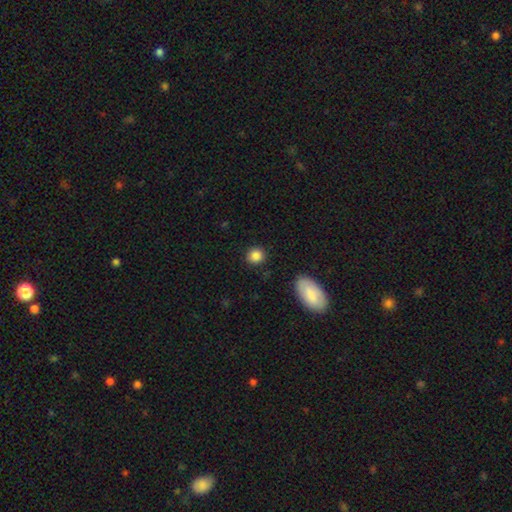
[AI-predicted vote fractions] The model was most divided on "how rounded": round: 86%, in between: 13%, cigar-shaped: 1%. More confident: merging — none (88%); smooth or featured — smooth (87%).